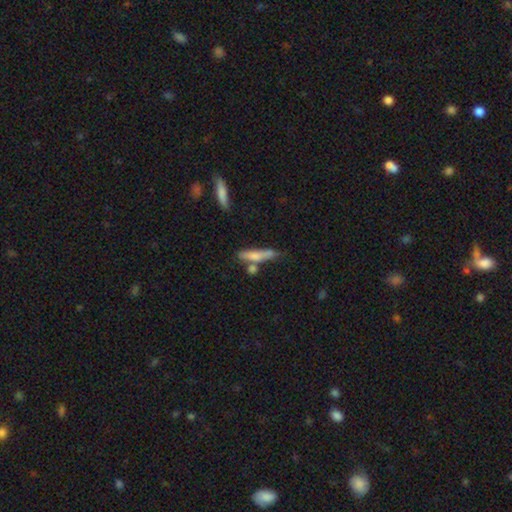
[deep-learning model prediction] This is likely a smooth galaxy (67%). How rounded: clearly cigar-shaped (82%). Merging: possibly none (54%).